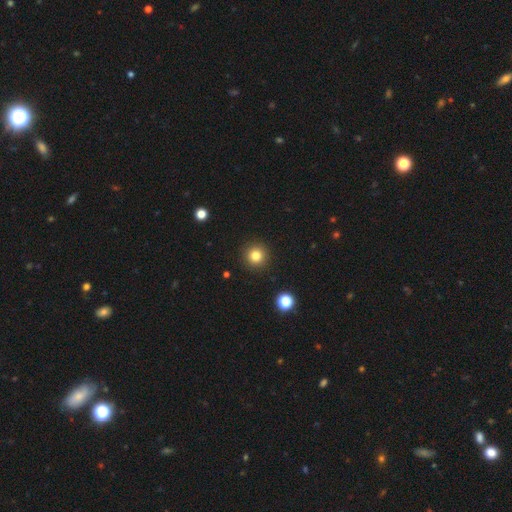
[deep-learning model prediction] smooth 81%, star or artifact 13%, featured or disk 6%. Down the decision tree: how rounded — round (96%); merging — none (92%).